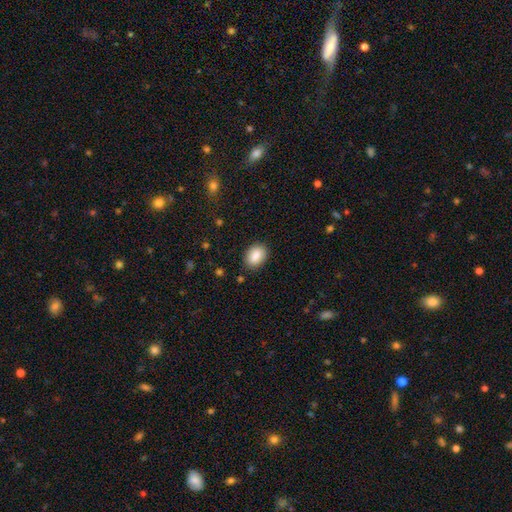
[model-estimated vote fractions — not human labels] This appears to be a smooth galaxy with no disk features (86%) that is in between round and cigar-shaped (72%). Merging: none (87%).